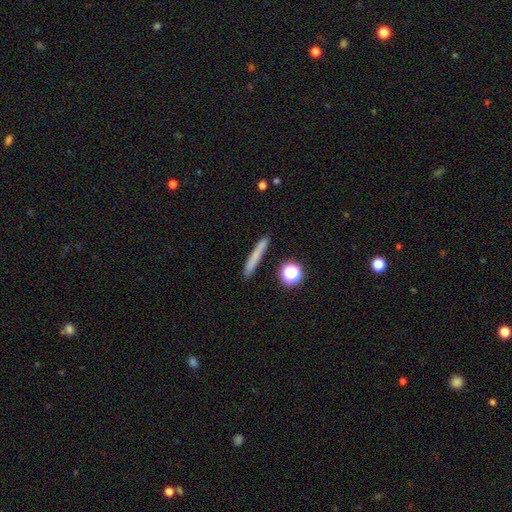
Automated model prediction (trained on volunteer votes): smooth 67%, featured or disk 22%, star or artifact 11%. Down the decision tree: how rounded — cigar-shaped (91%); merging — none (86%).